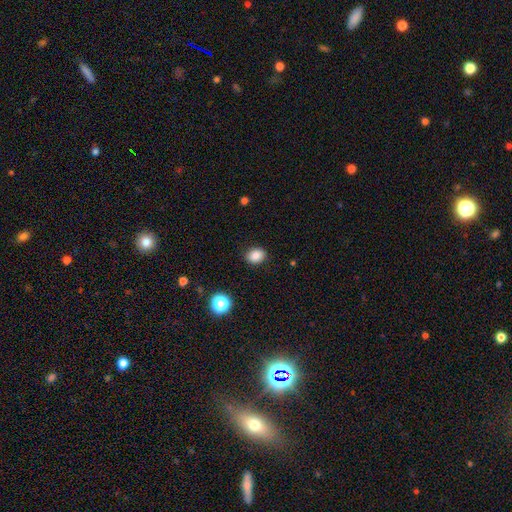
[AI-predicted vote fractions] Morphology: type=smooth (85%); roundness=in between (55%); merging=none (87%).